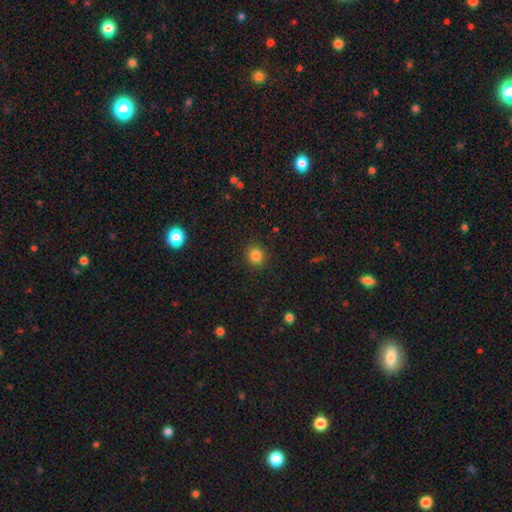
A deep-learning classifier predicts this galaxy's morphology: This appears to be a smooth galaxy with no disk features (83%) that is round (85%). Merging: none (90%).